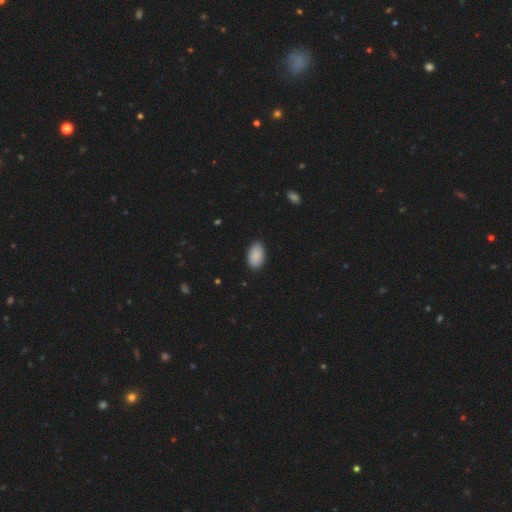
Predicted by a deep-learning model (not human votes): Smooth or featured?
  - smooth: 90% *
  - star or artifact: 7%
  - featured or disk: 4%
How rounded?
  - in between: 94% *
  - round: 4%
  - cigar-shaped: 1%
Merging?
  - none: 88% *
  - minor disturbance: 9%
  - major disturbance: 2%
  - merger: 1%